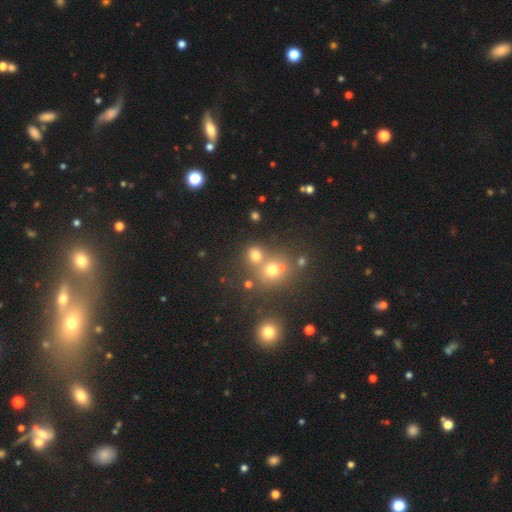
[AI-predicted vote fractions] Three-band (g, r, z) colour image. It shows a smooth galaxy with no disk features (68%) that is round (76%). Merging: none (57%).